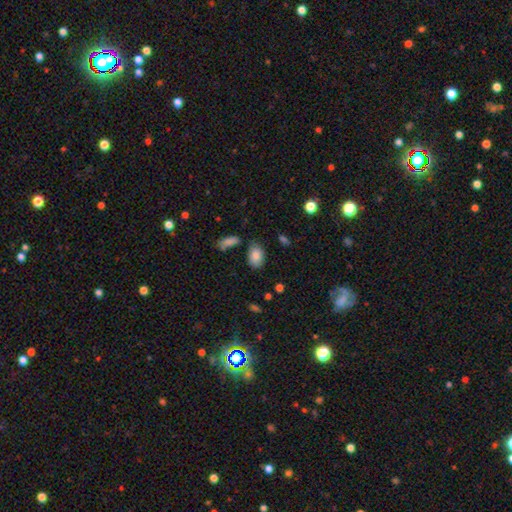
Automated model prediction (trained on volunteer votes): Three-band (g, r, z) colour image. It shows a smooth galaxy with no disk features (84%) that is in between round and cigar-shaped (88%). Merging: none (71%).